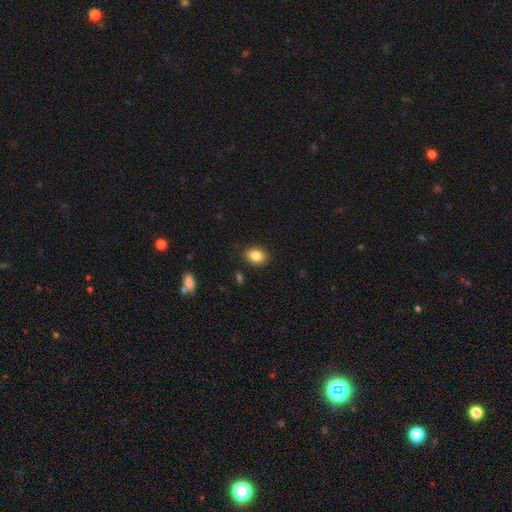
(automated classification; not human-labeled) Morphology: type=smooth (86%); roundness=in between (78%); merging=none (86%).